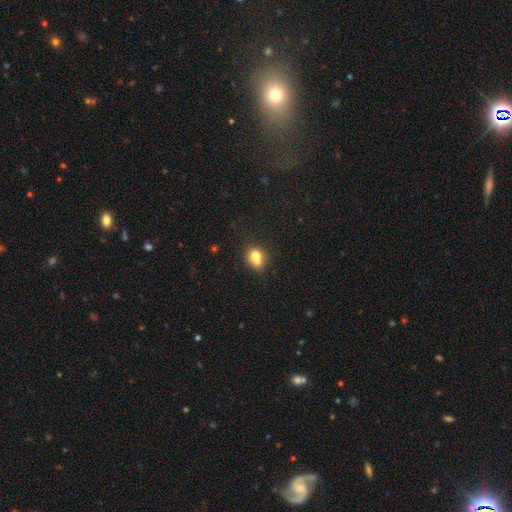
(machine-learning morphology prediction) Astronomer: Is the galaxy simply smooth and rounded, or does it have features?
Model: smooth — 71%.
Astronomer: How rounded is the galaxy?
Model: round — 63%.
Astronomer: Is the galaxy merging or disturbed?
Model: merger — 51% (runner-up: none, 34%).